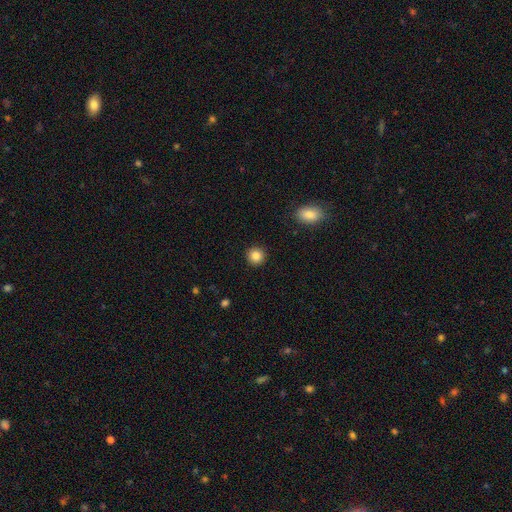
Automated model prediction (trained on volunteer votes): Smooth or featured: smooth — 86% (star or artifact — 10%)
How rounded: round — 94% (in between — 5%)
Merging: none — 92% (minor disturbance — 5%)